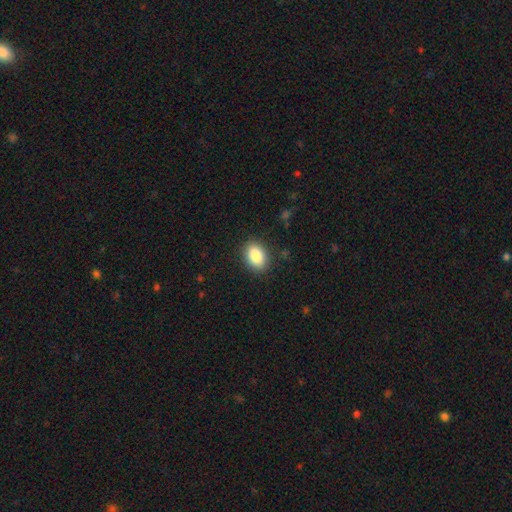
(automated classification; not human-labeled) Smooth or featured: smooth — 88% (star or artifact — 7%)
How rounded: in between — 79% (round — 20%)
Merging: none — 88% (minor disturbance — 9%)